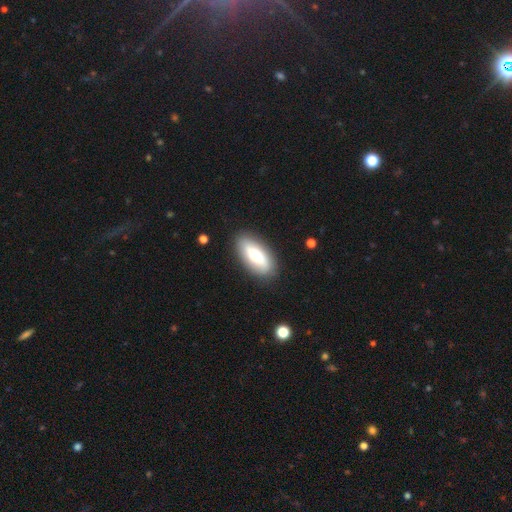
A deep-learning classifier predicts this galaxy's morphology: A smooth galaxy with no disk features (65%) that is in between round and cigar-shaped (86%). Merging: none (87%).